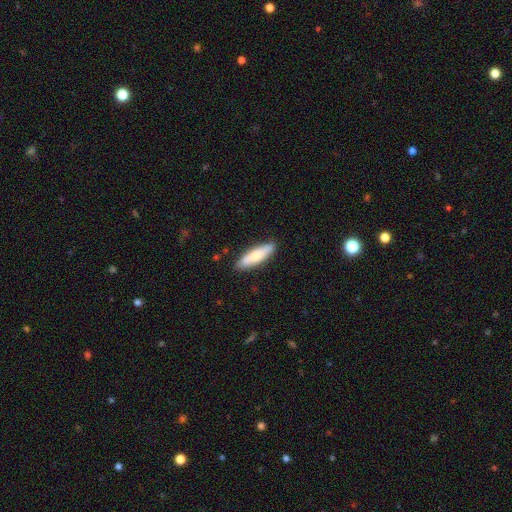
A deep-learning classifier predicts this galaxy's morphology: smooth_or_featured: smooth (p=0.70) [alt: featured or disk p=0.24]
how_rounded: cigar-shaped (p=0.65) [alt: in between p=0.33]
merging: none (p=0.86) [alt: minor disturbance p=0.10]